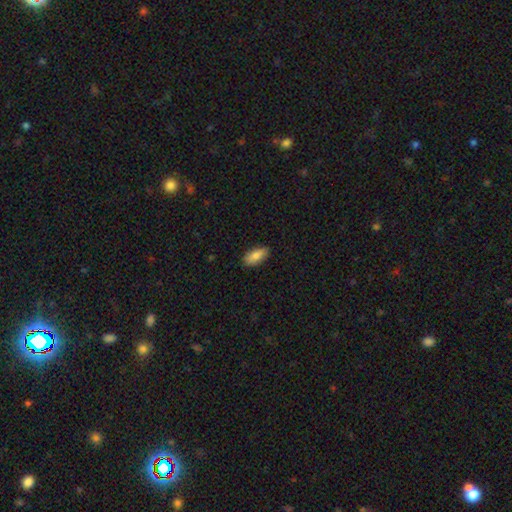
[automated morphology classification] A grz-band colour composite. It shows a smooth galaxy with no disk features (80%) that is in between round and cigar-shaped (85%). Merging: none (88%).